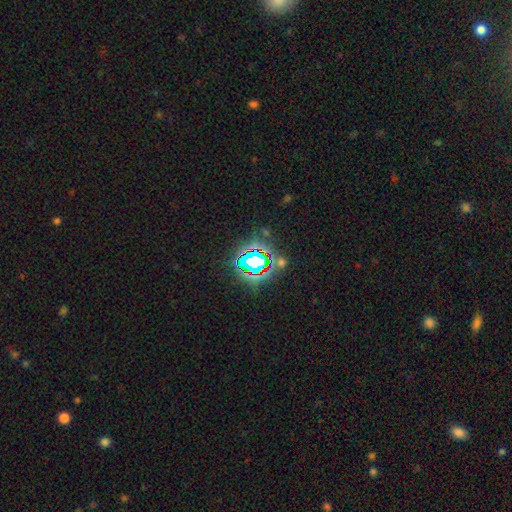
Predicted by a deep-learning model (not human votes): Q: Smooth or featured?
A: star or artifact (81%); runner-up: smooth (12%)